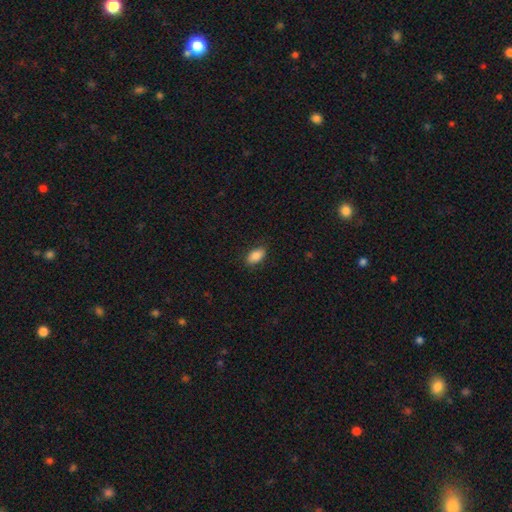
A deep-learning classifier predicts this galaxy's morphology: This appears to be a smooth galaxy with no disk features (86%) that is in between round and cigar-shaped (91%). Merging: none (85%).